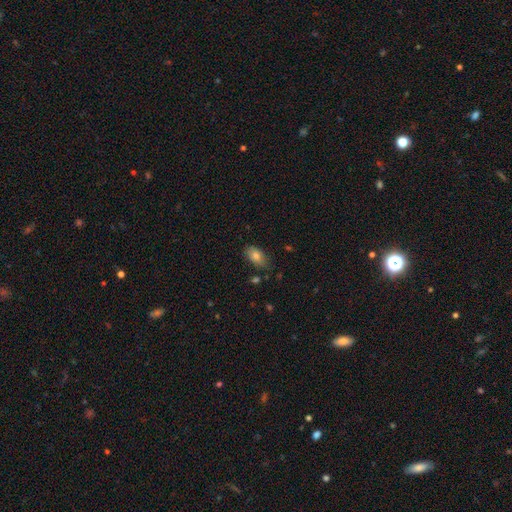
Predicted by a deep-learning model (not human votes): Smooth or featured?
  - smooth: 79% *
  - featured or disk: 12%
  - star or artifact: 9%
How rounded?
  - in between: 90% *
  - round: 7%
  - cigar-shaped: 3%
Merging?
  - none: 76% *
  - minor disturbance: 18%
  - major disturbance: 3%
  - merger: 2%